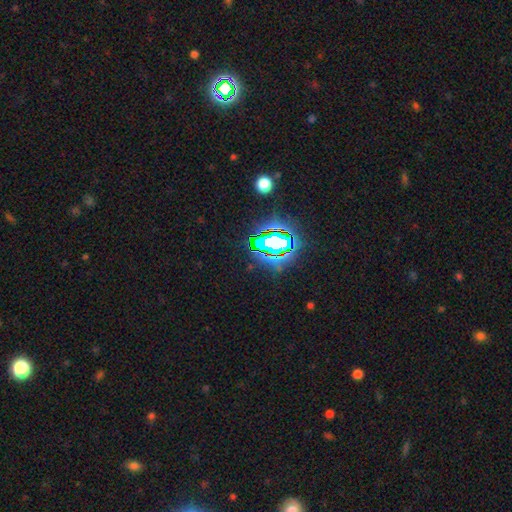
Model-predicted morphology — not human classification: Q: Smooth or featured?
A: star or artifact (82%); runner-up: smooth (11%)